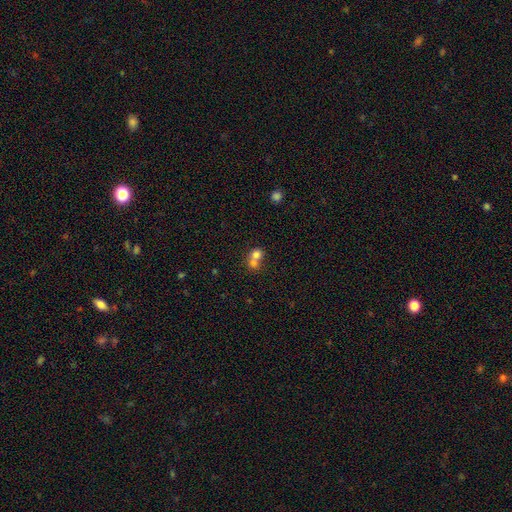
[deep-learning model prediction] Overall: smooth (73%). How rounded: round (71%). Merging: merger (67%).